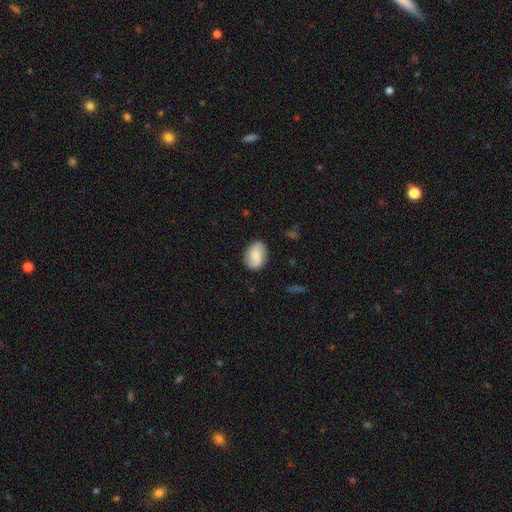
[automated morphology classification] Smooth or featured? Predicted: smooth (p=0.63). How rounded? Predicted: in between (p=0.76). Merging? Predicted: none (p=0.82).